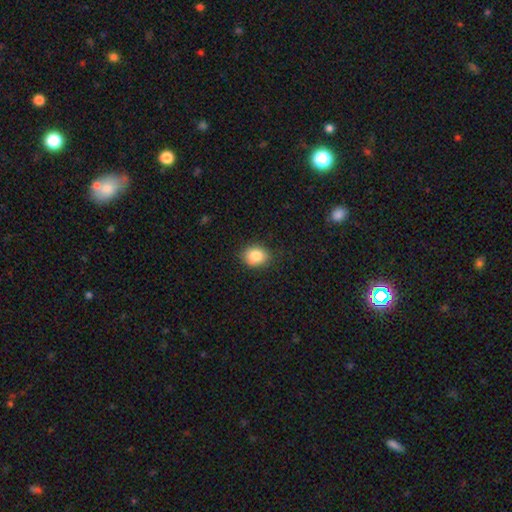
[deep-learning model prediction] Morphology: type=smooth (84%); roundness=round (54%); merging=none (84%).